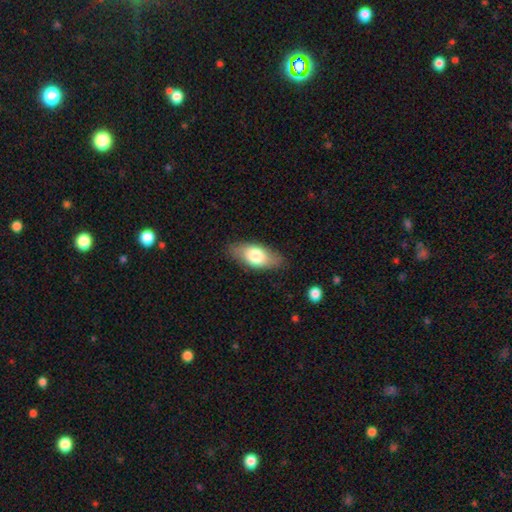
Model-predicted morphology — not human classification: Overall: smooth (73%). How rounded: in between (87%). Merging: none (81%).